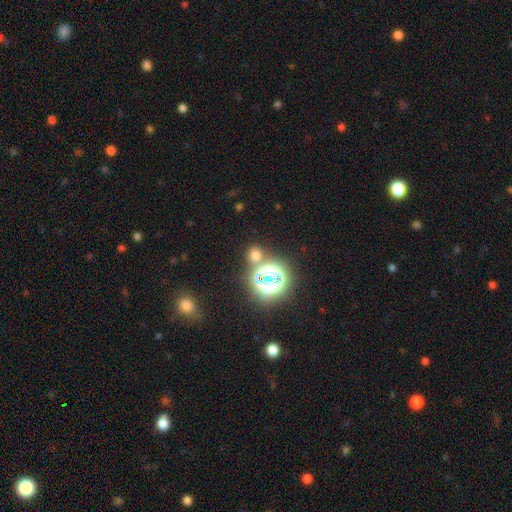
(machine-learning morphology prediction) A smooth galaxy with no disk features (55%) that is round (85%).

Vote fractions:
- Smooth or featured? smooth: 55% / star or artifact: 37% / featured or disk: 7%
- How rounded? round: 85% / in between: 13% / cigar-shaped: 1%
- Merging? none: 70% / merger: 18% / minor disturbance: 8% / major disturbance: 4%